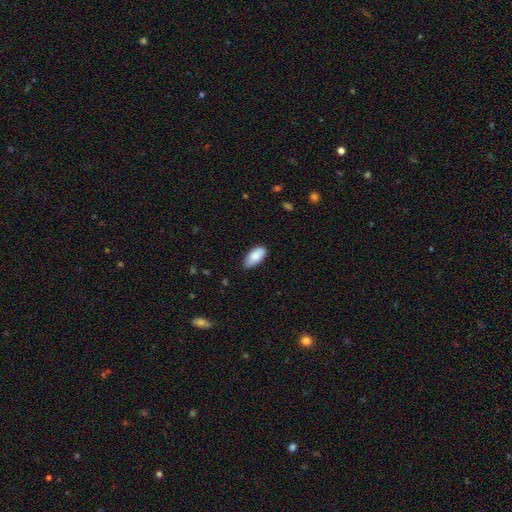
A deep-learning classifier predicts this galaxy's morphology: smooth 87%, featured or disk 7%, star or artifact 6%. Down the decision tree: how rounded — in between (92%); merging — none (81%).